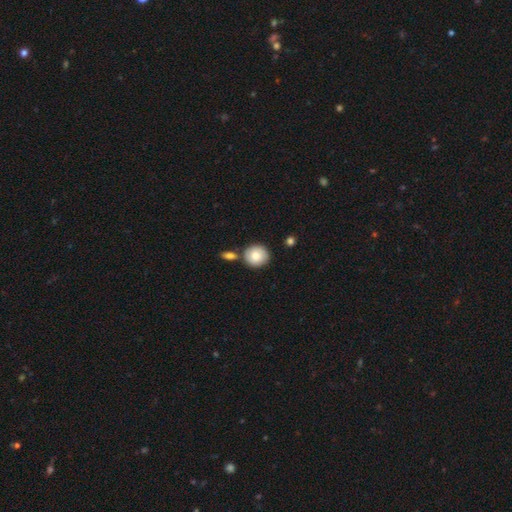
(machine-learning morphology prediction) smooth-or-featured: smooth: 80% | featured or disk: 13% | star or artifact: 7%
  how-rounded: round: 88% | in between: 11% | cigar-shaped: 1%
  merging: none: 71% | merger: 14% | minor disturbance: 12% | major disturbance: 3%